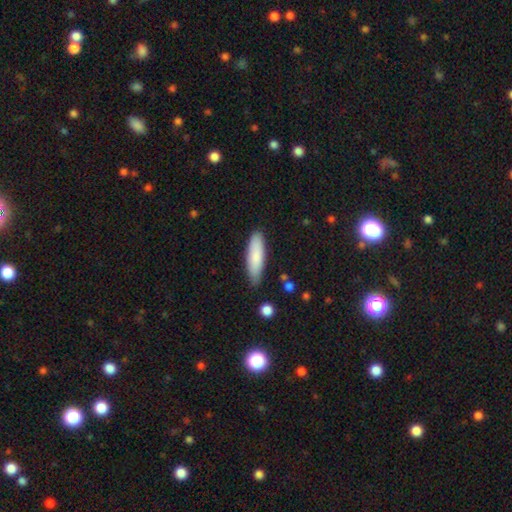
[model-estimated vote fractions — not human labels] Smooth or featured? Predicted: smooth (p=0.84). How rounded? Predicted: cigar-shaped (p=0.57). Merging? Predicted: none (p=0.83).